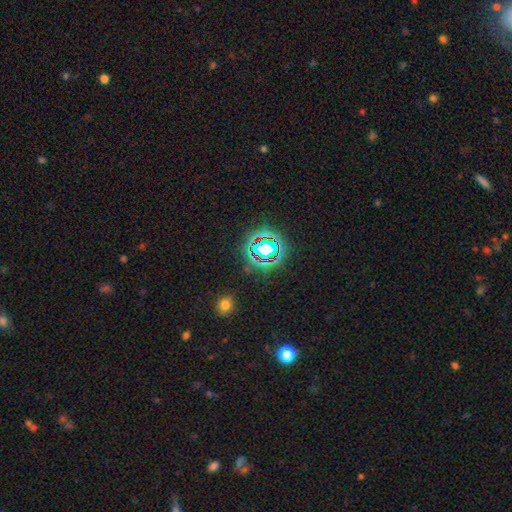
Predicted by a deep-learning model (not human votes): Smooth or featured?
  - star or artifact: 75% *
  - smooth: 16%
  - featured or disk: 9%